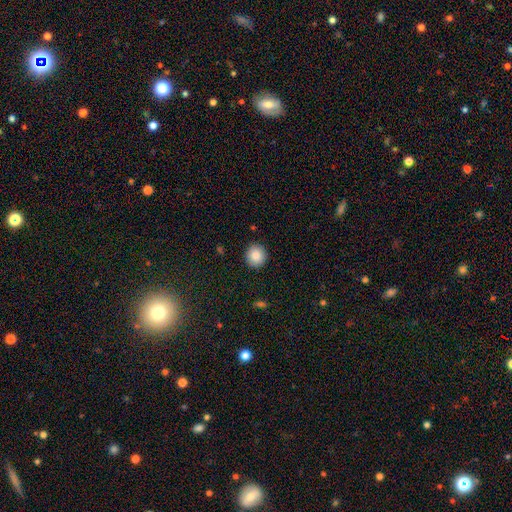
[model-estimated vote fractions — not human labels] smooth_or_featured: smooth (p=0.88) [alt: star or artifact p=0.08]
how_rounded: round (p=0.90) [alt: in between p=0.09]
merging: none (p=0.91) [alt: minor disturbance p=0.06]